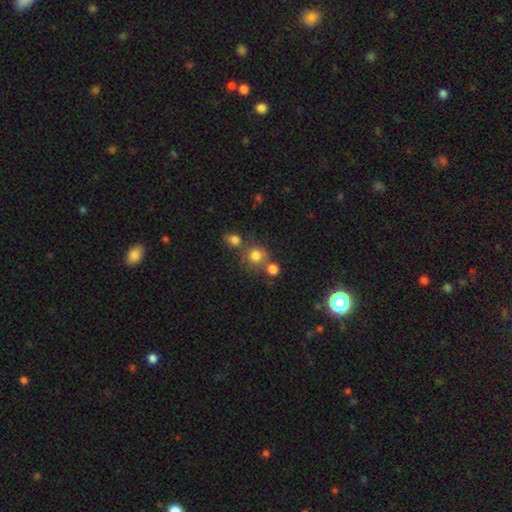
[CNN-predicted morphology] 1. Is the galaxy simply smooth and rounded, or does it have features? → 75% smooth, 15% star or artifact, 10% featured or disk.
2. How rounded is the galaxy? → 86% round, 13% in between, 1% cigar-shaped.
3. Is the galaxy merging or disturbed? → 58% none, 26% merger, 11% minor disturbance, 5% major disturbance.